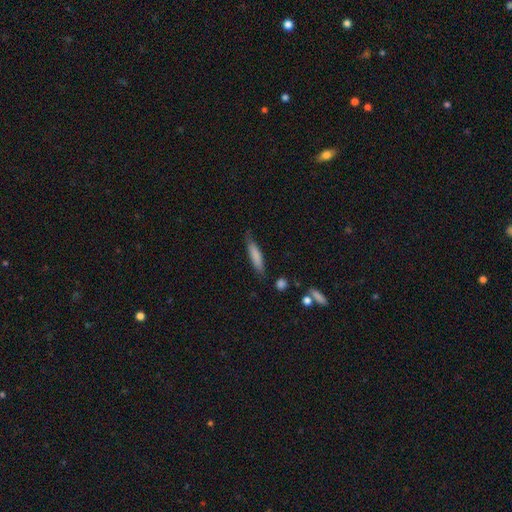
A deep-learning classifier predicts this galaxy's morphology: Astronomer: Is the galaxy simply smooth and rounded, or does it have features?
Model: smooth — 76%.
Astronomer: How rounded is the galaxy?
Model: cigar-shaped — 82%.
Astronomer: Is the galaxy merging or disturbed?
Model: none — 74%.